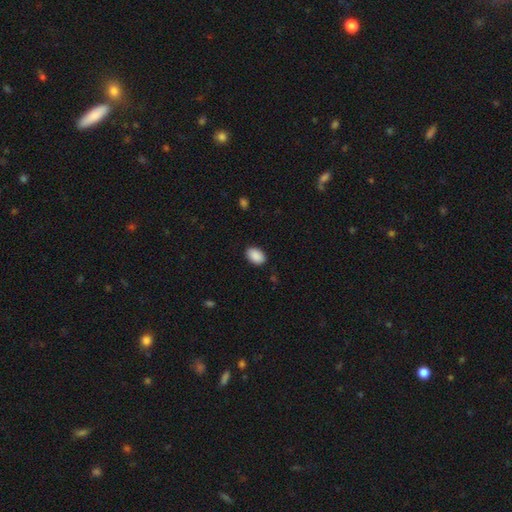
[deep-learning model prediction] smooth_or_featured: smooth (p=0.91) [alt: star or artifact p=0.07]
how_rounded: in between (p=0.88) [alt: round p=0.11]
merging: none (p=0.88) [alt: minor disturbance p=0.09]